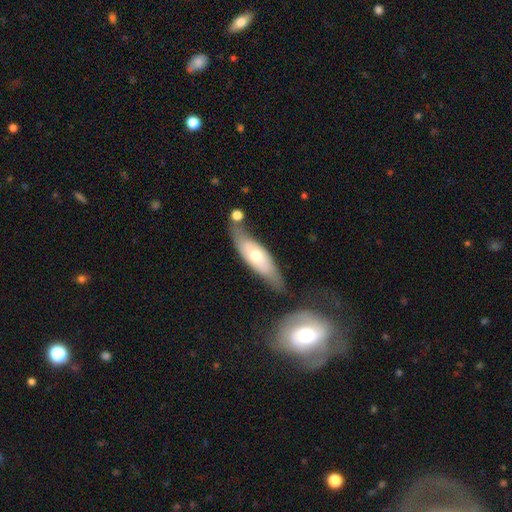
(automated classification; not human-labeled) This is possibly a smooth galaxy (47%, tied with featured or disk). Merging: possibly none (55%).